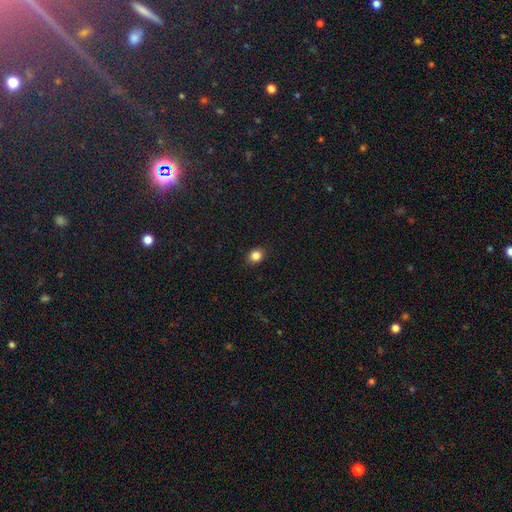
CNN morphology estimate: A smooth galaxy with no disk features (85%) that is round (52%). Merging: none (89%).